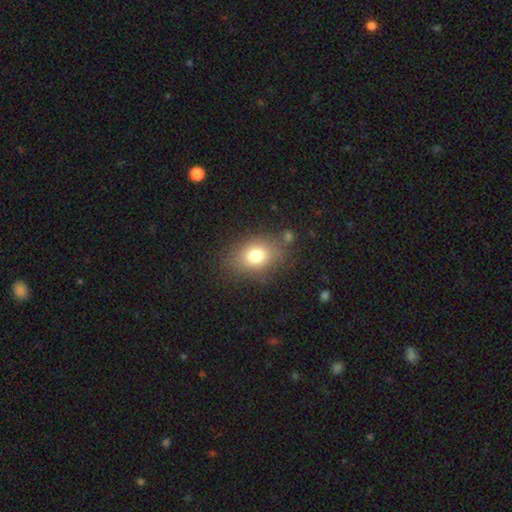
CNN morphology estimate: smooth_or_featured: smooth (p=0.78) [alt: featured or disk p=0.11]
how_rounded: in between (p=0.67) [alt: round p=0.32]
merging: none (p=0.75) [alt: minor disturbance p=0.15]